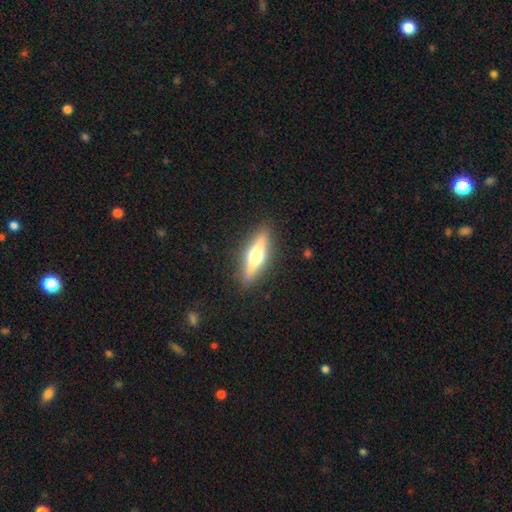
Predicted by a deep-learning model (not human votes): A featured or disk galaxy (65%) viewed edge-on (95%) with a rounded central bulge (95%).

Vote fractions:
- Smooth or featured? featured or disk: 65% / smooth: 29% / star or artifact: 6%
- Edge-on disk? yes: 95% / no: 5%
- Edge-on bulge? rounded: 95% / boxy: 3% / none: 2%
- Merging? none: 90% / minor disturbance: 7% / major disturbance: 2% / merger: 1%